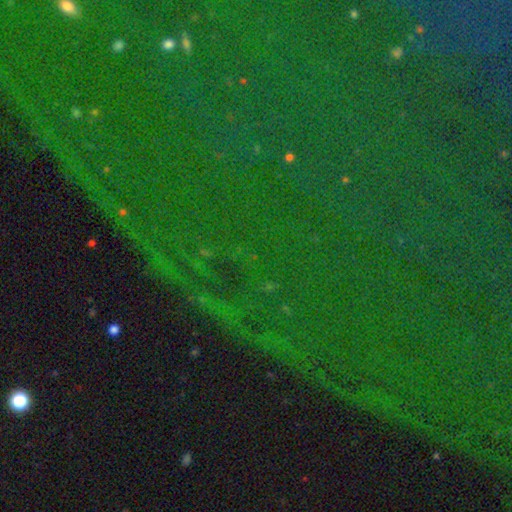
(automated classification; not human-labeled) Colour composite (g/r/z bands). It shows a star or artifact, not a galaxy (85%).